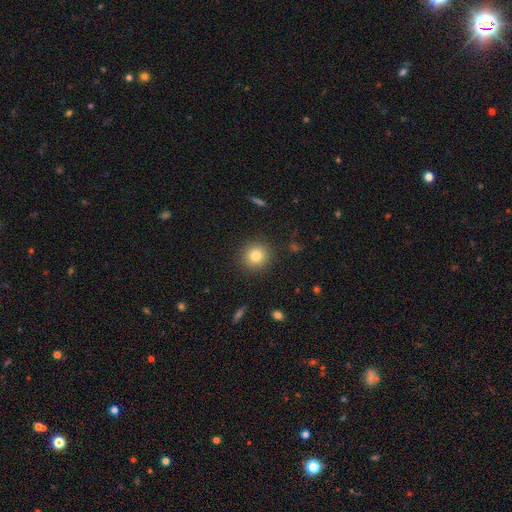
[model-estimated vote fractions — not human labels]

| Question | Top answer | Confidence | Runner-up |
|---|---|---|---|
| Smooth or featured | smooth | 81% | star or artifact (11%) |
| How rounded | round | 93% | in between (6%) |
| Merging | none | 91% | minor disturbance (6%) |